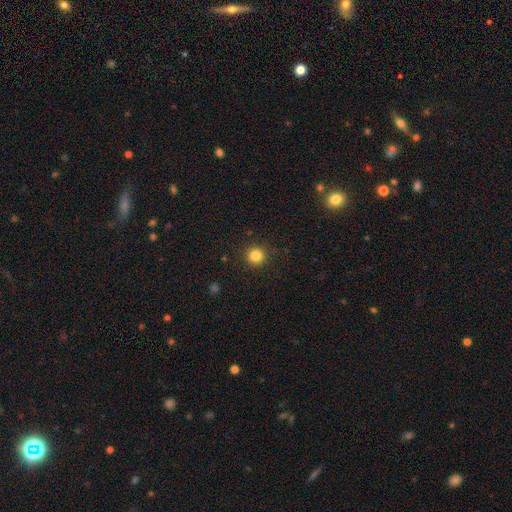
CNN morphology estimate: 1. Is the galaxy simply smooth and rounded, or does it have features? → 84% smooth, 12% star or artifact, 4% featured or disk.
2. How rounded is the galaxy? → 95% round, 4% in between, 1% cigar-shaped.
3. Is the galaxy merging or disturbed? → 91% none, 6% minor disturbance, 2% major disturbance, 1% merger.